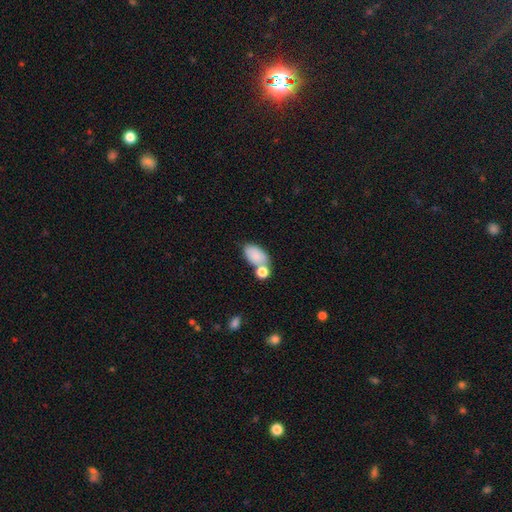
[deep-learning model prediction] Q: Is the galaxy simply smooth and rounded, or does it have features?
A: smooth — 83%.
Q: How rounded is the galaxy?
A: in between — 92%.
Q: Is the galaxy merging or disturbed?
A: none — 50%.